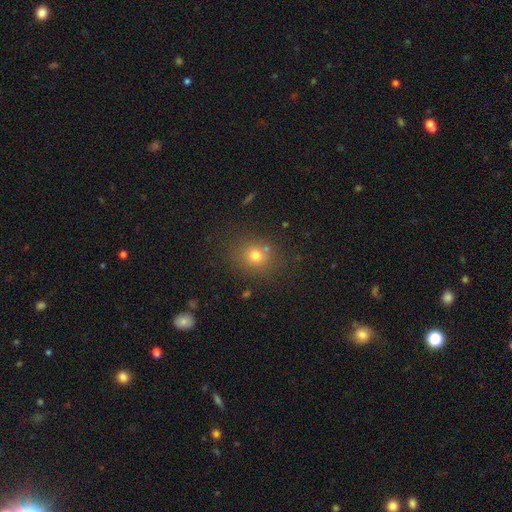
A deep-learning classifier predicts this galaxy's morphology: Smooth or featured: smooth — 73% (star or artifact — 17%)
How rounded: round — 78% (in between — 21%)
Merging: none — 79% (minor disturbance — 11%)